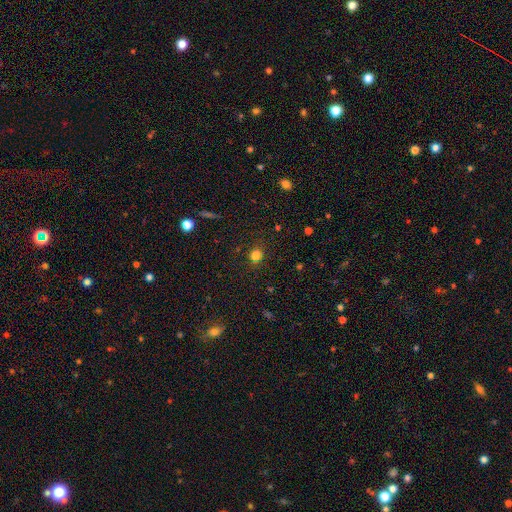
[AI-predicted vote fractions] A smooth galaxy with no disk features (77%) that is round (76%). Merging: none (82%).